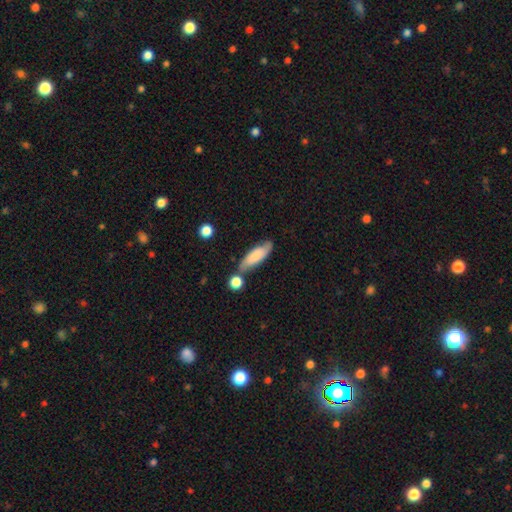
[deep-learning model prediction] The model was most divided on "how rounded": in between: 53%, cigar-shaped: 45%, round: 2%. More confident: smooth or featured — smooth (66%); merging — none (61%).